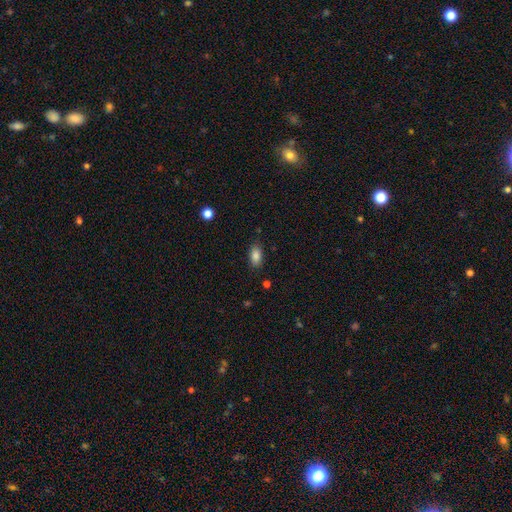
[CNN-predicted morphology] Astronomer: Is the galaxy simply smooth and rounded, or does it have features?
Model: smooth — 85%.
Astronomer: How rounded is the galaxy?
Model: in between — 90%.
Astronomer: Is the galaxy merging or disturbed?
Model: none — 83%.